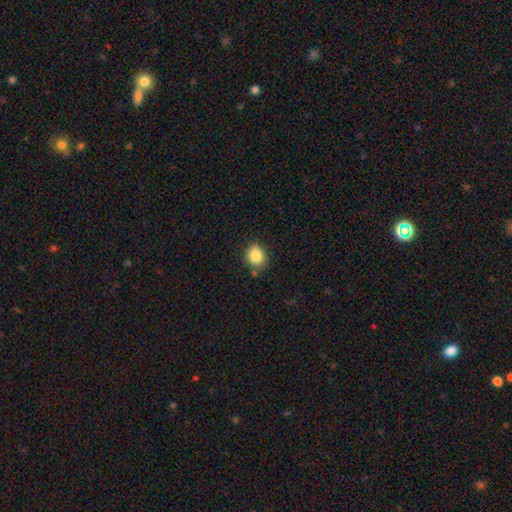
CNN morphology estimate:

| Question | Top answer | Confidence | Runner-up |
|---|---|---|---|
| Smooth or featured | smooth | 85% | star or artifact (10%) |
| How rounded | round | 72% | in between (27%) |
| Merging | none | 77% | minor disturbance (15%) |